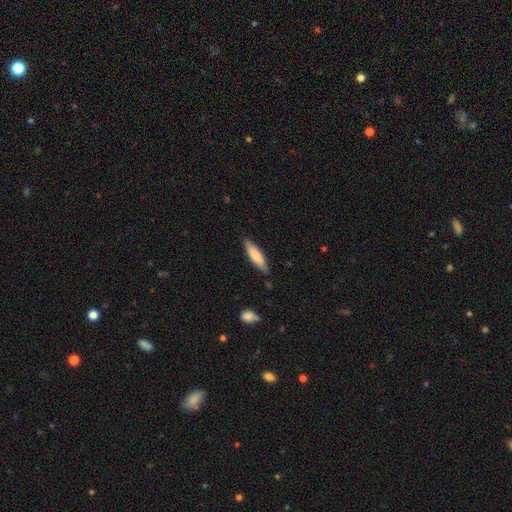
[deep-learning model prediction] smooth_or_featured: smooth (p=0.72) [alt: featured or disk p=0.22]
how_rounded: cigar-shaped (p=0.71) [alt: in between p=0.28]
merging: none (p=0.84) [alt: minor disturbance p=0.12]